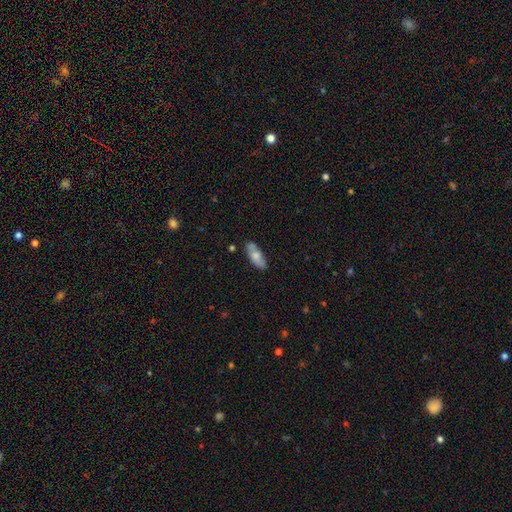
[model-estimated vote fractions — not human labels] This is likely a smooth galaxy (70%). How rounded: likely in between (72%). Merging: likely none (74%).